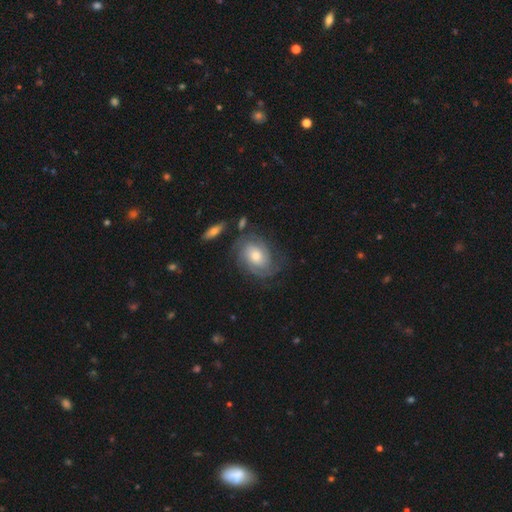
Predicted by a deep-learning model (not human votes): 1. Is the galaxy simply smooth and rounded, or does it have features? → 74% featured or disk, 19% smooth, 7% star or artifact.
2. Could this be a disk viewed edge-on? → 96% no, 4% yes.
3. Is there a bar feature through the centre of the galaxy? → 69% no, 26% weak, 5% strong.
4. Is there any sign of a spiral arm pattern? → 93% yes, 7% no.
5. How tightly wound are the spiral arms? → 63% tight, 28% medium, 9% loose.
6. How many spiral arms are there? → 35% can't tell, 29% 2, 18% 3, 8% 4, 5% 1, 4% more than 4.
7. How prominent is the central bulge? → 60% moderate, 27% small, 10% large, 2% none, 1% dominant.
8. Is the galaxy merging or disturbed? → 71% none, 17% minor disturbance, 9% major disturbance, 4% merger.